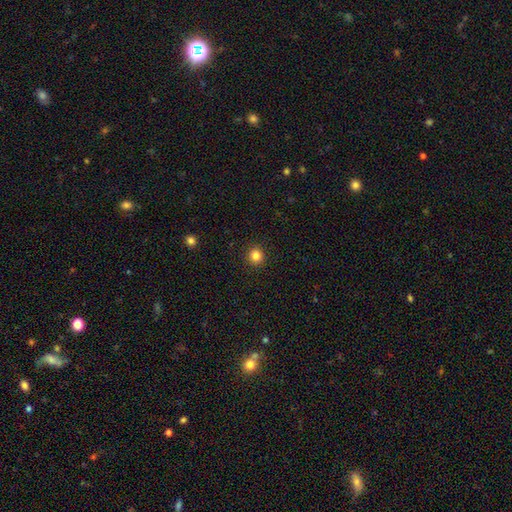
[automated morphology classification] Smooth or featured?
  - smooth: 83% *
  - star or artifact: 12%
  - featured or disk: 4%
How rounded?
  - round: 92% *
  - in between: 7%
  - cigar-shaped: 1%
Merging?
  - none: 93% *
  - minor disturbance: 5%
  - major disturbance: 2%
  - merger: 1%